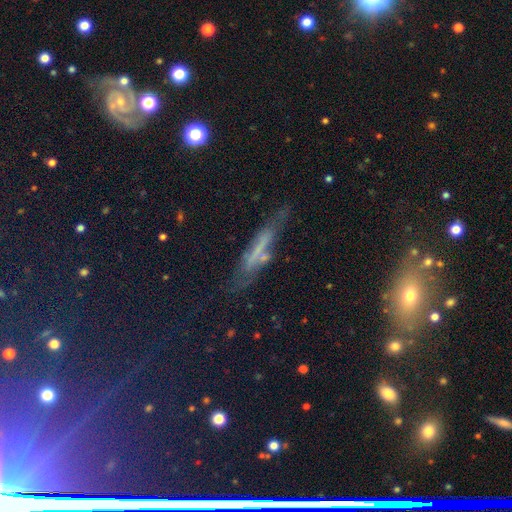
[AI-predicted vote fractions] smooth_or_featured: featured or disk (p=0.41) [alt: smooth p=0.35]
merging: none (p=0.59) [alt: minor disturbance p=0.24]